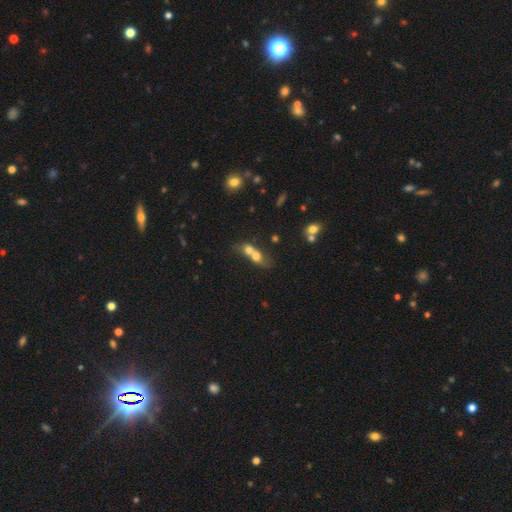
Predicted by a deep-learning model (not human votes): This appears to be a smooth galaxy with no disk features (64%) that is in between round and cigar-shaped (47%). Merging: merger (75%).